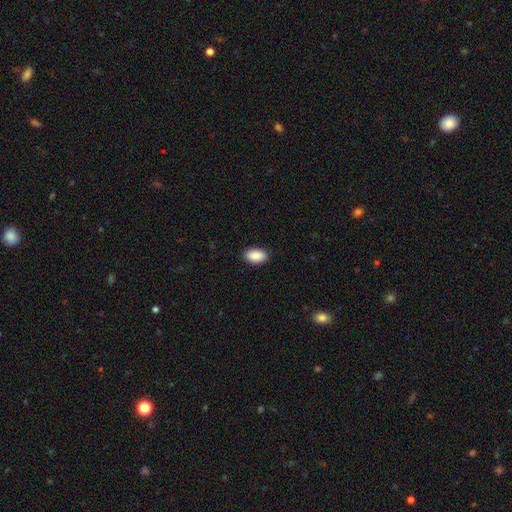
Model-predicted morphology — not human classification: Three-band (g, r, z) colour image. It shows a smooth galaxy with no disk features (89%) that is in between round and cigar-shaped (93%). Merging: none (90%).